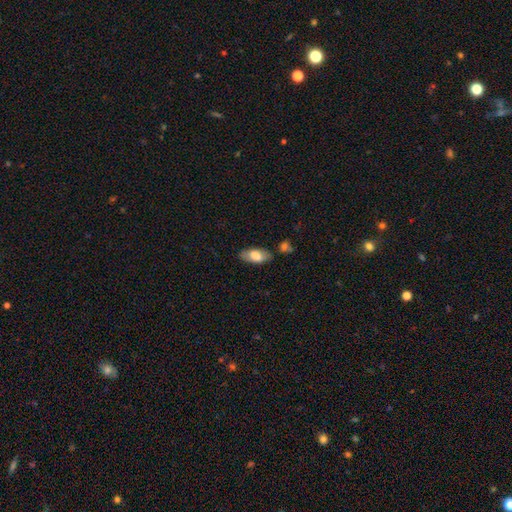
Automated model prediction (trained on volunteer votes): A smooth galaxy with no disk features (75%) that is in between round and cigar-shaped (86%).

Vote fractions:
- Smooth or featured? smooth: 75% / featured or disk: 19% / star or artifact: 6%
- How rounded? in between: 86% / cigar-shaped: 11% / round: 3%
- Merging? none: 78% / minor disturbance: 14% / merger: 5% / major disturbance: 3%